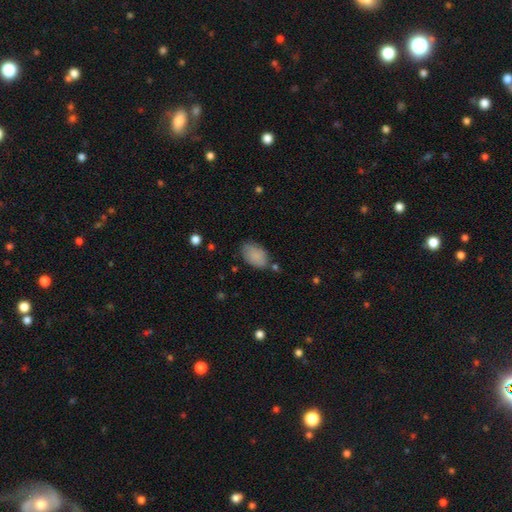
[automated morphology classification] Q: Smooth or featured?
A: smooth (87%); runner-up: star or artifact (7%)
Q: How rounded?
A: in between (91%); runner-up: round (7%)
Q: Merging?
A: none (72%); runner-up: minor disturbance (19%)